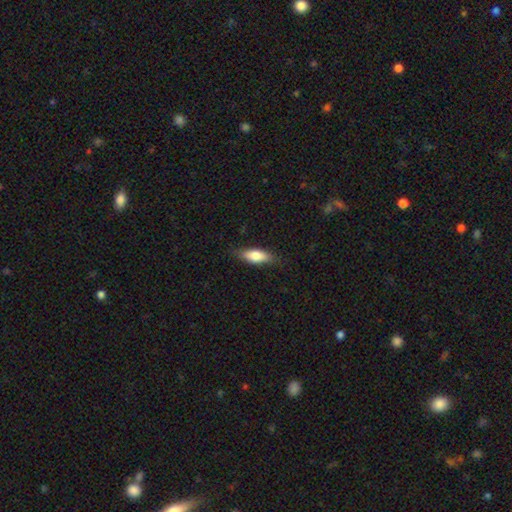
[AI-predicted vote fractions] A smooth galaxy with no disk features (75%) that is in between round and cigar-shaped (68%). Merging: none (81%).